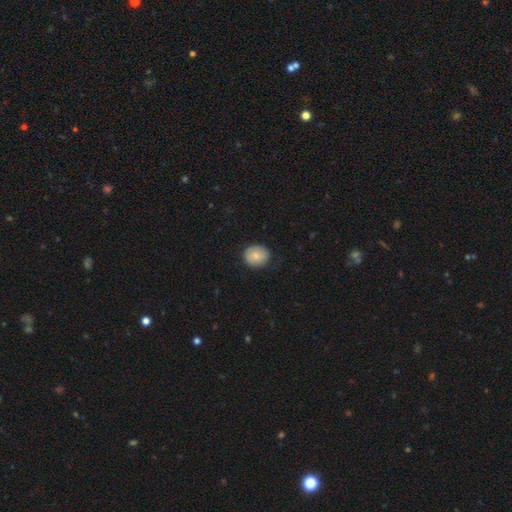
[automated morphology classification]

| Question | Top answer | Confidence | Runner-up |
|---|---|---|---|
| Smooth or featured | smooth | 72% | featured or disk (21%) |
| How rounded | round | 76% | in between (23%) |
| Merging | none | 79% | minor disturbance (17%) |